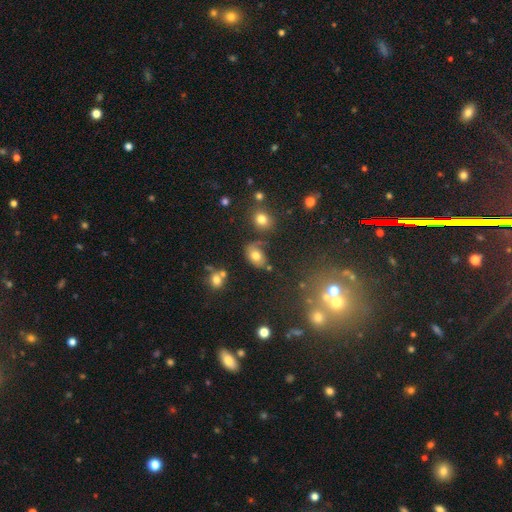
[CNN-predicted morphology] This appears to be a smooth galaxy with no disk features (74%) that is in between round and cigar-shaped (82%). Merging: none (60%).